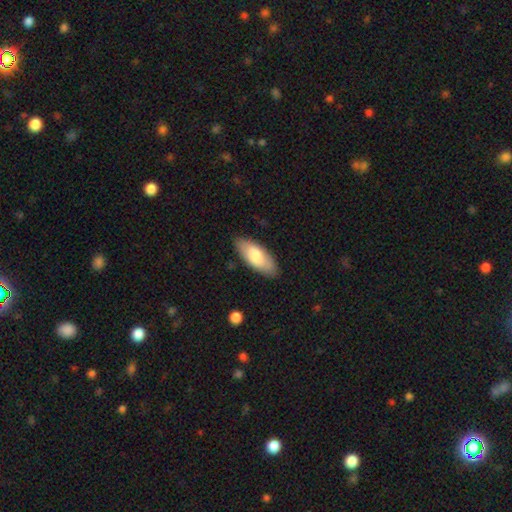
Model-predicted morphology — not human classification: Smooth or featured?
  - smooth: 76% *
  - featured or disk: 19%
  - star or artifact: 5%
How rounded?
  - in between: 80% *
  - cigar-shaped: 18%
  - round: 2%
Merging?
  - none: 86% *
  - minor disturbance: 11%
  - major disturbance: 2%
  - merger: 1%